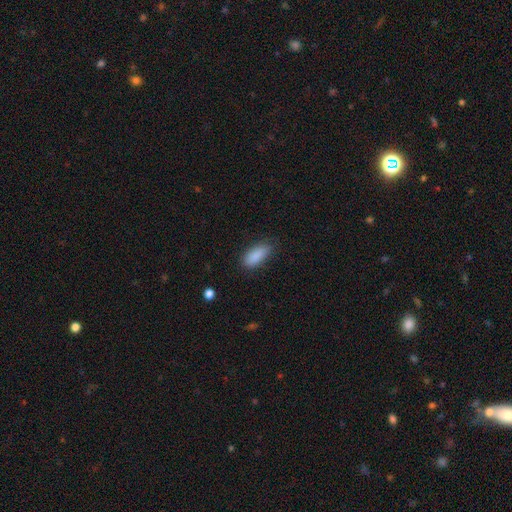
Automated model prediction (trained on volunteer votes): A smooth galaxy with no disk features (89%) that is in between round and cigar-shaped (80%).

Vote fractions:
- Smooth or featured? smooth: 89% / star or artifact: 7% / featured or disk: 4%
- How rounded? in between: 80% / cigar-shaped: 18% / round: 2%
- Merging? none: 79% / minor disturbance: 16% / major disturbance: 3% / merger: 1%